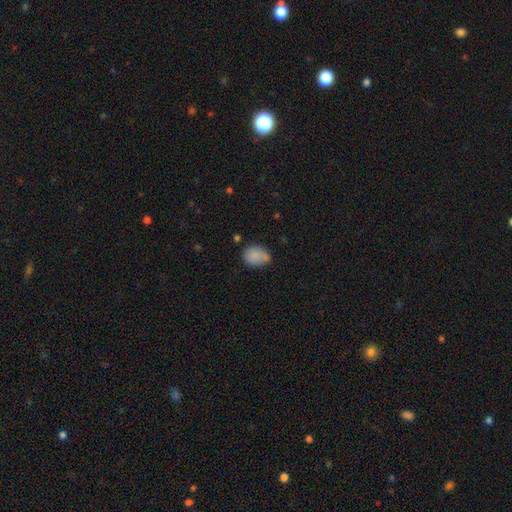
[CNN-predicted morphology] smooth 84%, star or artifact 9%, featured or disk 7%. Down the decision tree: how rounded — in between (52%); merging — none (59%).